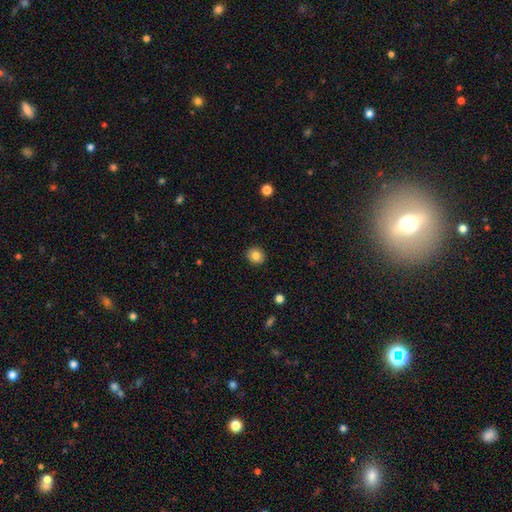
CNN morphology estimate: smooth 82%, star or artifact 10%, featured or disk 8%. Down the decision tree: how rounded — round (84%); merging — none (91%).